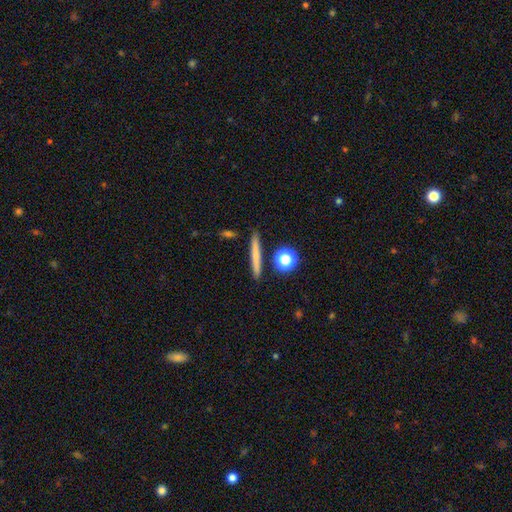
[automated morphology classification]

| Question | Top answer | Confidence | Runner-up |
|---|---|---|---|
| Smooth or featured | smooth | 67% | featured or disk (24%) |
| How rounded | cigar-shaped | 89% | round (6%) |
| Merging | none | 88% | minor disturbance (7%) |